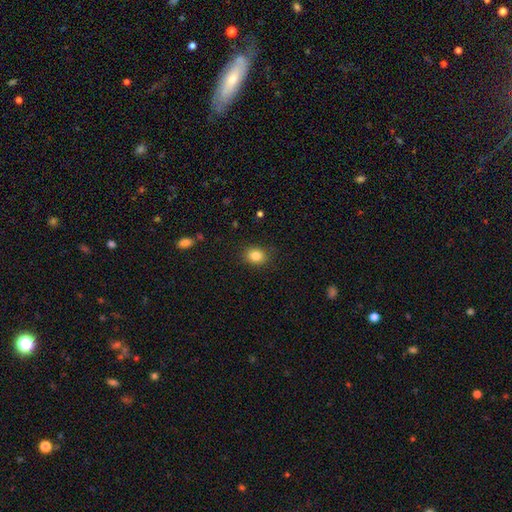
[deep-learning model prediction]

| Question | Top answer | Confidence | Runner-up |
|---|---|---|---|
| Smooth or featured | smooth | 84% | star or artifact (10%) |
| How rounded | round | 61% | in between (38%) |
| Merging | none | 87% | minor disturbance (9%) |